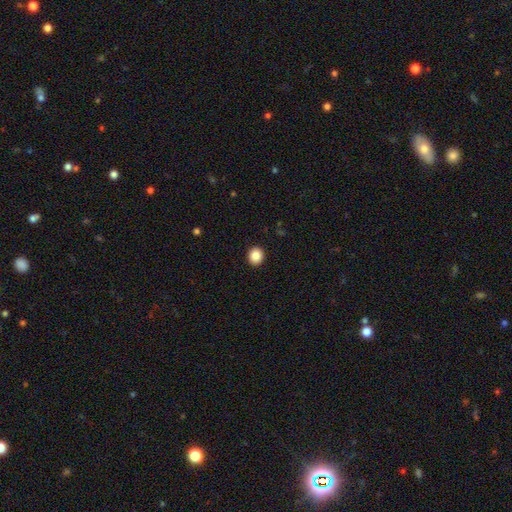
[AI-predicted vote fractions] A smooth galaxy with no disk features (88%) that is round (82%).

Vote fractions:
- Smooth or featured? smooth: 88% / star or artifact: 9% / featured or disk: 3%
- How rounded? round: 82% / in between: 17% / cigar-shaped: 1%
- Merging? none: 92% / minor disturbance: 5% / major disturbance: 2% / merger: 1%